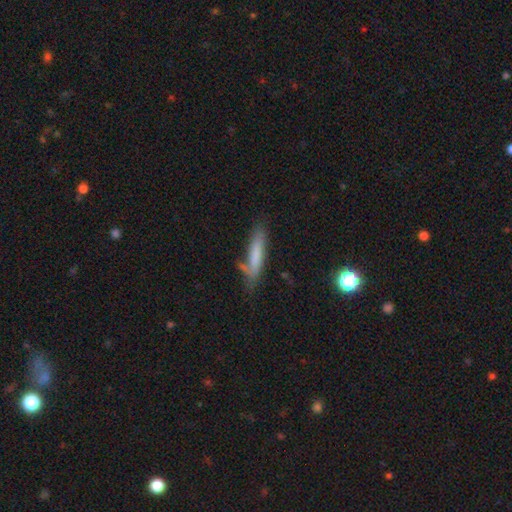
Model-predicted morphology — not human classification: Smooth or featured? Predicted: smooth (p=0.69). How rounded? Predicted: cigar-shaped (p=0.82). Merging? Predicted: none (p=0.57).